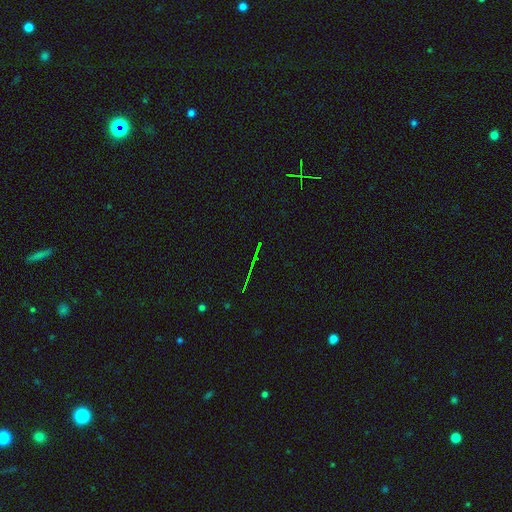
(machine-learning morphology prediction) This is likely a star or artifact rather than a galaxy (77%).